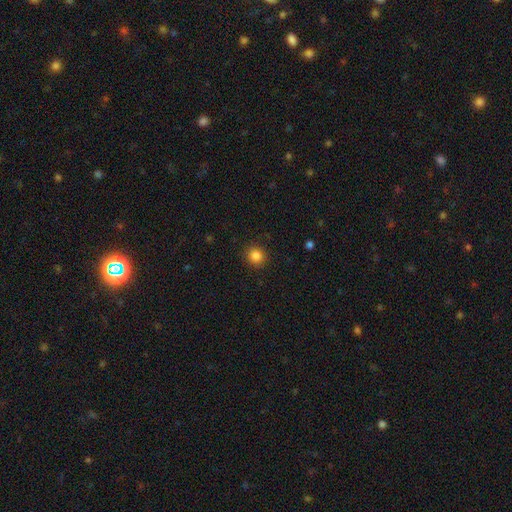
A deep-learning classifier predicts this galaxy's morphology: Smooth or featured? Predicted: smooth (p=0.85). How rounded? Predicted: round (p=0.88). Merging? Predicted: none (p=0.91).